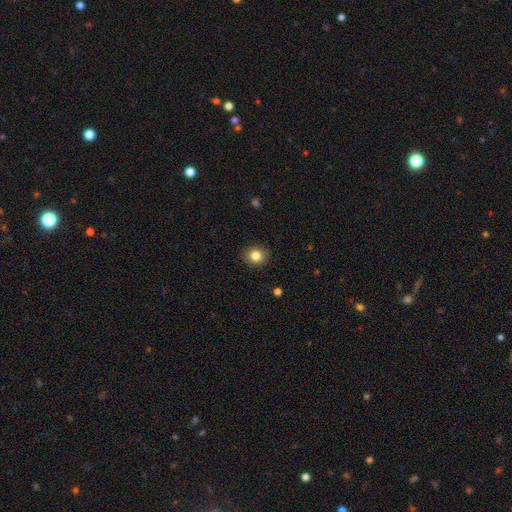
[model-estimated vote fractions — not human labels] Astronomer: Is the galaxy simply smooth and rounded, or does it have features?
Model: smooth — 83%.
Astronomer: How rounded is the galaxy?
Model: round — 72%.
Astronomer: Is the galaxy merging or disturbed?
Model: none — 90%.